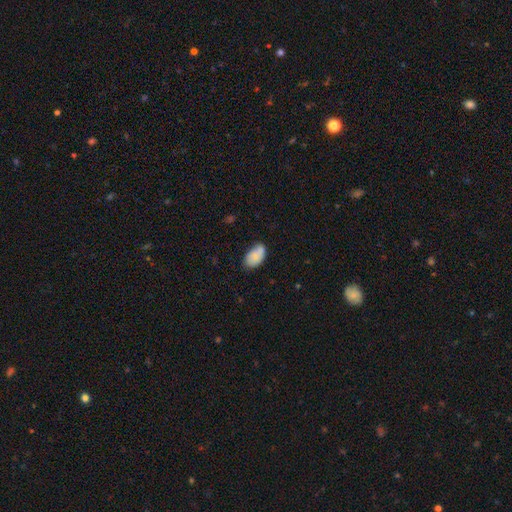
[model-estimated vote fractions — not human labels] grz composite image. It shows a smooth galaxy with no disk features (83%) that is in between round and cigar-shaped (93%). Merging: none (59%).